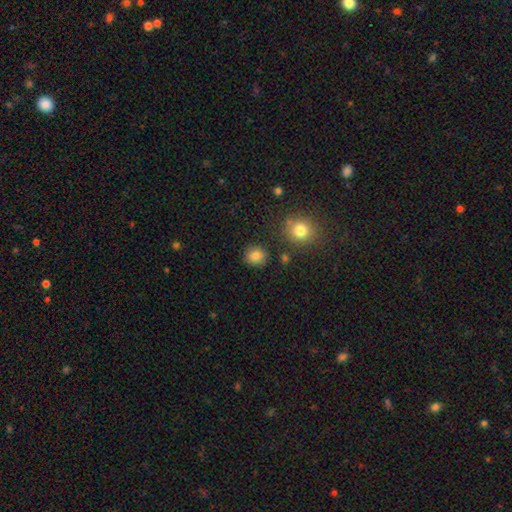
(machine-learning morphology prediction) type=smooth (83%); roundness=round (80%); merging=none (85%).